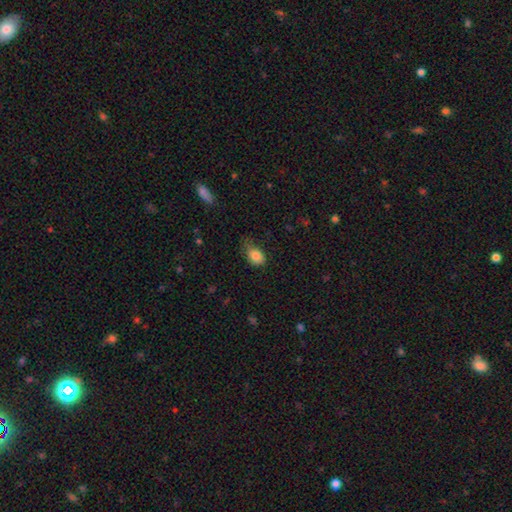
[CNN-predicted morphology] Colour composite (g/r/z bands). It shows a smooth galaxy with no disk features (83%) that is in between round and cigar-shaped (79%). Merging: none (46%).